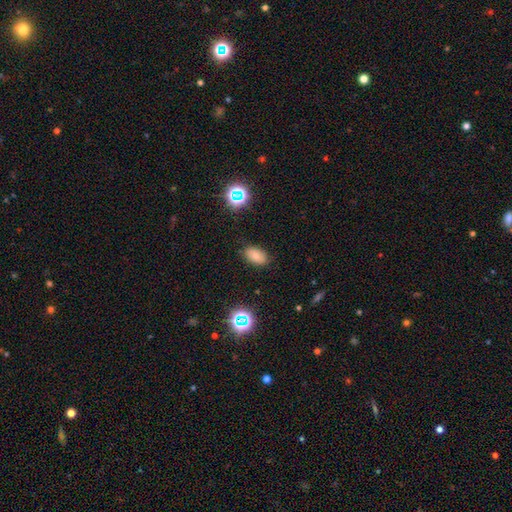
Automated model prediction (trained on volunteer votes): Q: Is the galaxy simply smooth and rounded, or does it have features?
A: smooth — 75%.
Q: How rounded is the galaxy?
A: in between — 89%.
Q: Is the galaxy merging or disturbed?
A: none — 83%.